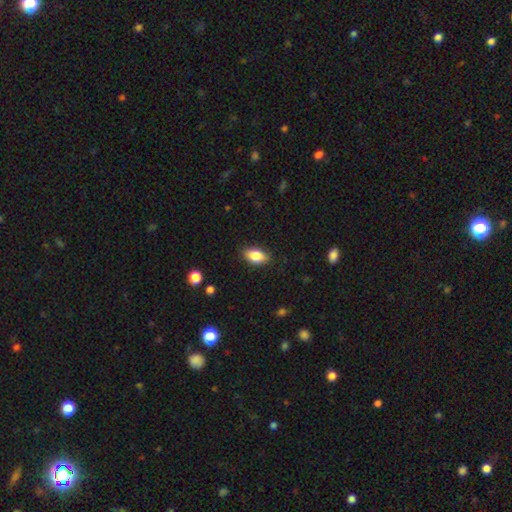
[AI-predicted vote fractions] smooth_or_featured: smooth (p=0.82) [alt: featured or disk p=0.11]
how_rounded: in between (p=0.88) [alt: round p=0.07]
merging: none (p=0.85) [alt: minor disturbance p=0.12]